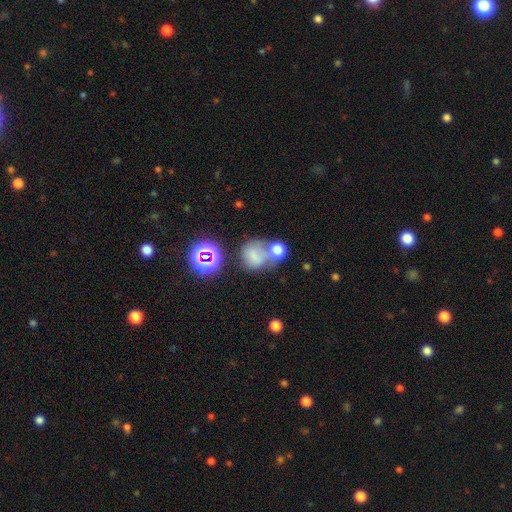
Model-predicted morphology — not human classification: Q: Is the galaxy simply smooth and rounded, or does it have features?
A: smooth — 65%.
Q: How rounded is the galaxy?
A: round — 74%.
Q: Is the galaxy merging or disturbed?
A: merger — 38%.